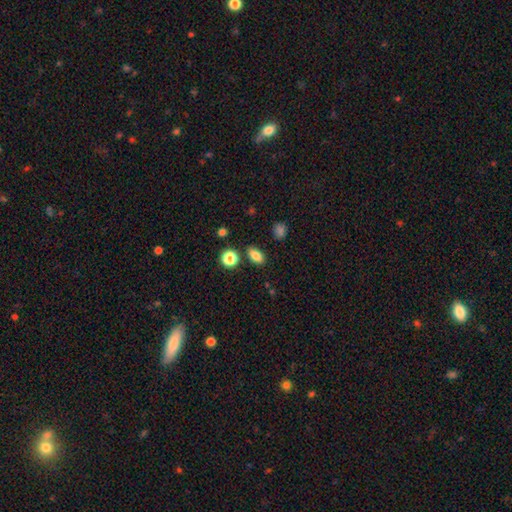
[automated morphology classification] Smooth or featured? Predicted: smooth (p=0.82). How rounded? Predicted: in between (p=0.81). Merging? Predicted: none (p=0.84).